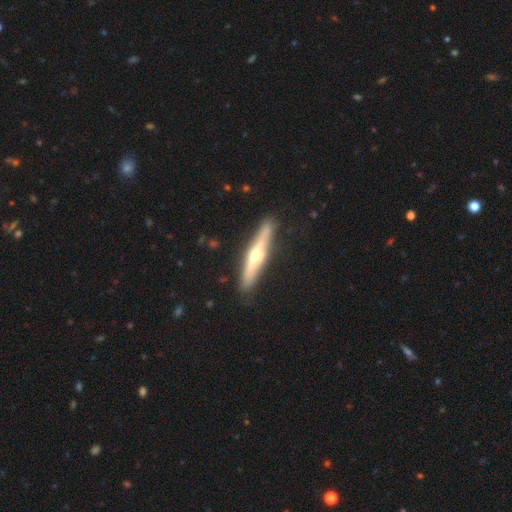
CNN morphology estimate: A featured or disk galaxy (66%) viewed edge-on (95%) with a rounded central bulge (89%). Merging: none (87%).